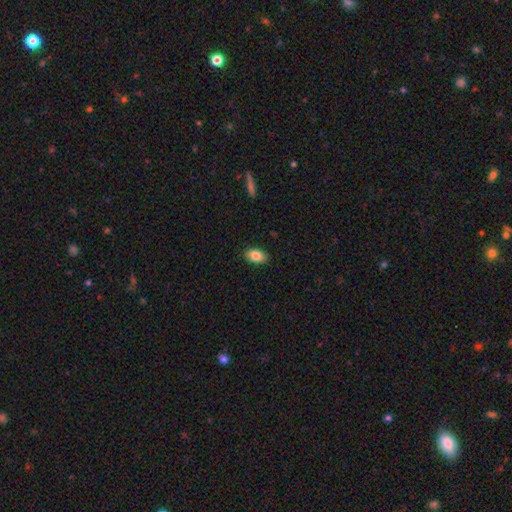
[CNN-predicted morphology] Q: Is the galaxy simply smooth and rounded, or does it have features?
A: smooth — 85%.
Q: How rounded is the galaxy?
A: in between — 91%.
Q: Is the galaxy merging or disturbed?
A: none — 89%.